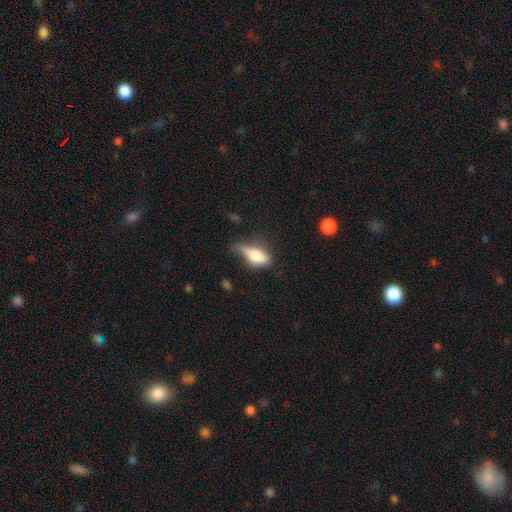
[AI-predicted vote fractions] A smooth galaxy with no disk features (69%) that is in between round and cigar-shaped (74%). Merging: minor disturbance (38%).